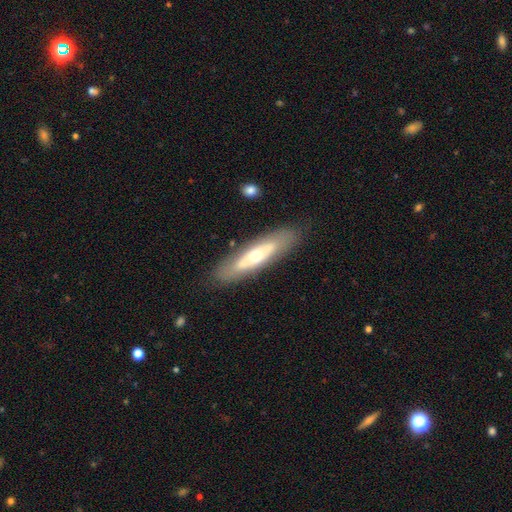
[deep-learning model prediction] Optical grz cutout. It shows a featured or disk galaxy (57%). Merging: none (84%).